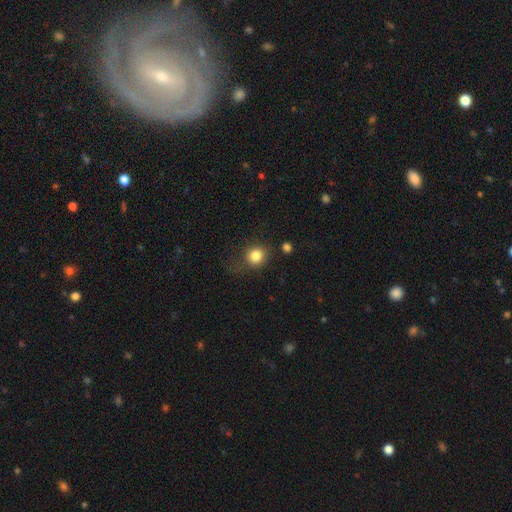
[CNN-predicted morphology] A smooth galaxy with no disk features (83%) that is round (80%). Merging: none (71%).